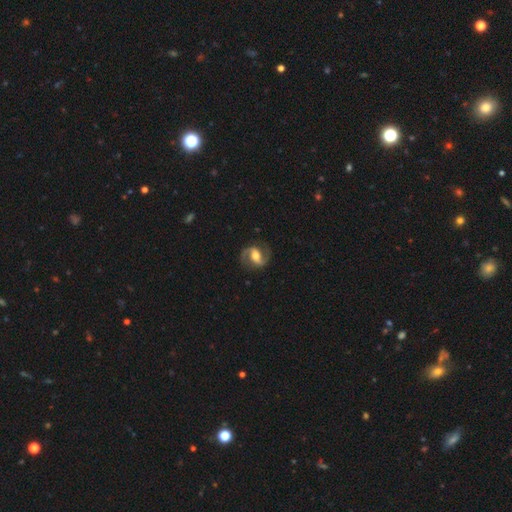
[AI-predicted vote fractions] Smooth or featured? featured or disk (89%)
Edge-on disk? no (97%)
Bar? weak (40%)
Spiral arms? yes (97%)
Spiral winding? medium (55%)
Spiral arm count? 2 (94%)
Bulge size? moderate (68%)
Merging? none (84%)